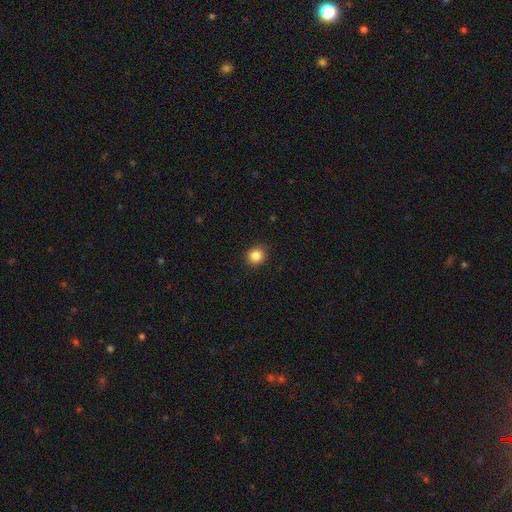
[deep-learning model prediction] Smooth or featured? smooth (85%)
How rounded? round (87%)
Merging? none (90%)